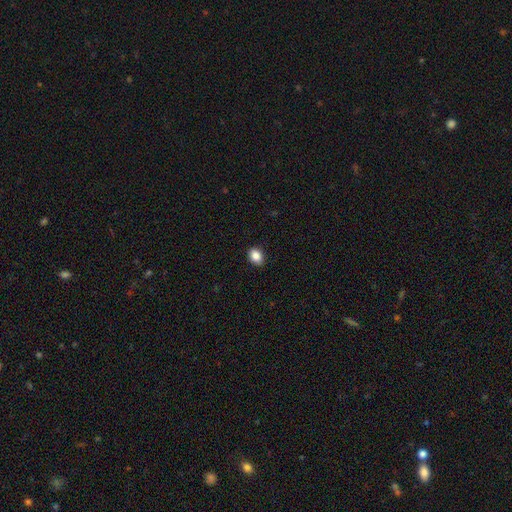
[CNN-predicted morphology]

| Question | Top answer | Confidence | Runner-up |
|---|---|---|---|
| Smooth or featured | smooth | 87% | star or artifact (9%) |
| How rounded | in between | 63% | round (36%) |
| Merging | none | 85% | minor disturbance (12%) |